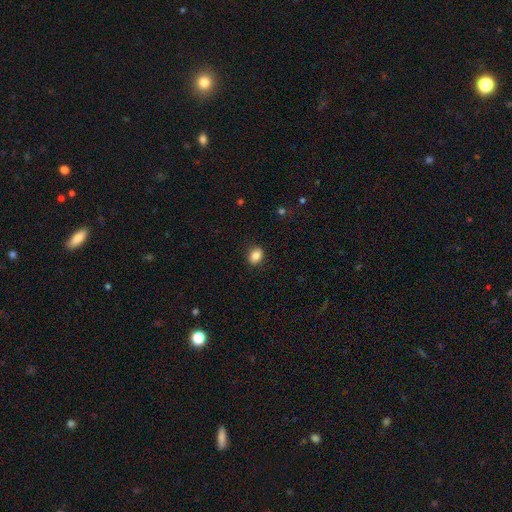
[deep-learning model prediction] Morphology: type=smooth (85%); roundness=in between (60%); merging=none (87%).